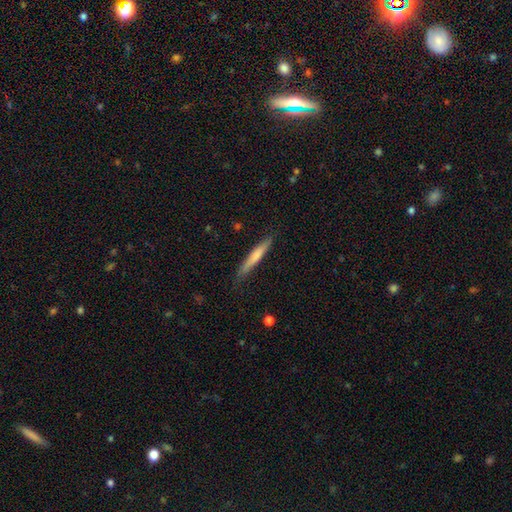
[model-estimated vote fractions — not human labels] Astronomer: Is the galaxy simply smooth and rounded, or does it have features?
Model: smooth — 65%.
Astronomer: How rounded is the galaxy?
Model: cigar-shaped — 94%.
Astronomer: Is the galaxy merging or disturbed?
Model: none — 78%.